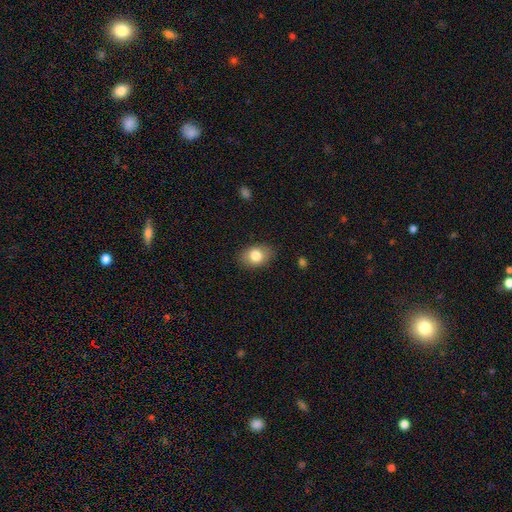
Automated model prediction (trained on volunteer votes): smooth 81%, featured or disk 11%, star or artifact 9%. Down the decision tree: how rounded — in between (76%); merging — none (85%).